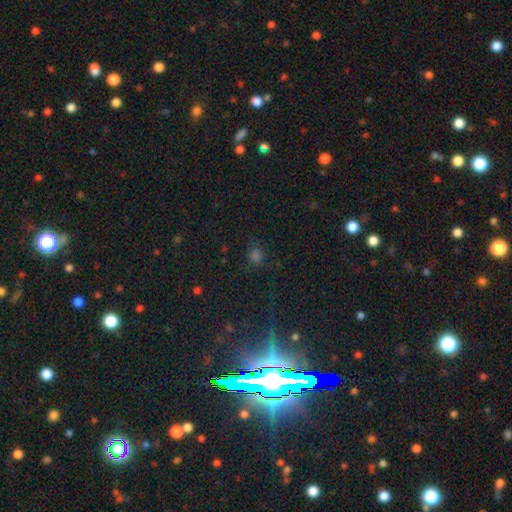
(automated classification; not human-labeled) smooth_or_featured: smooth (p=0.50) [alt: star or artifact p=0.42]
merging: none (p=0.77) [alt: minor disturbance p=0.12]